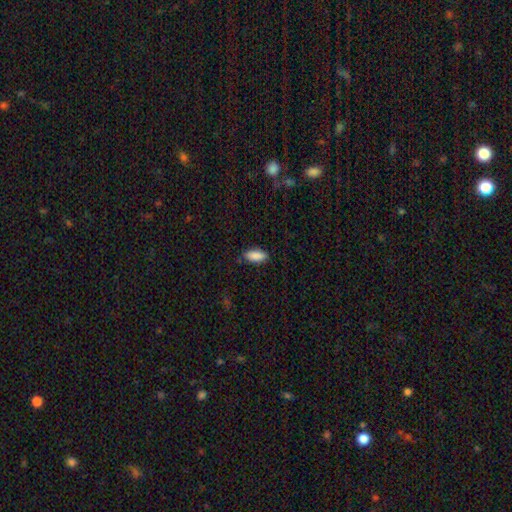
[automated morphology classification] Smooth or featured? smooth (89%)
How rounded? in between (79%)
Merging? none (85%)